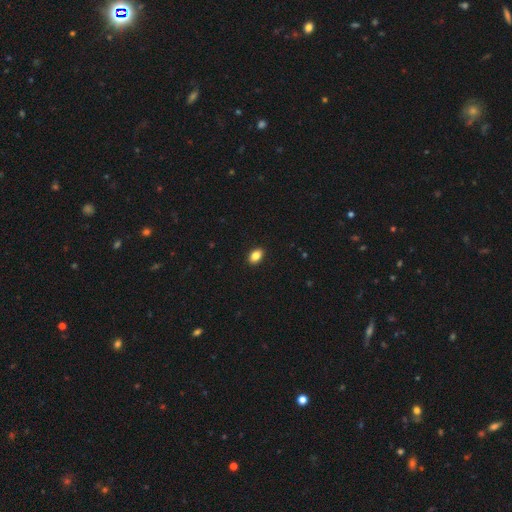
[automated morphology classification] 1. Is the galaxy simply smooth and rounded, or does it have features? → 86% smooth, 9% star or artifact, 5% featured or disk.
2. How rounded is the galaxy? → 83% in between, 16% round, 1% cigar-shaped.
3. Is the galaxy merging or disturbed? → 91% none, 6% minor disturbance, 2% major disturbance, 1% merger.